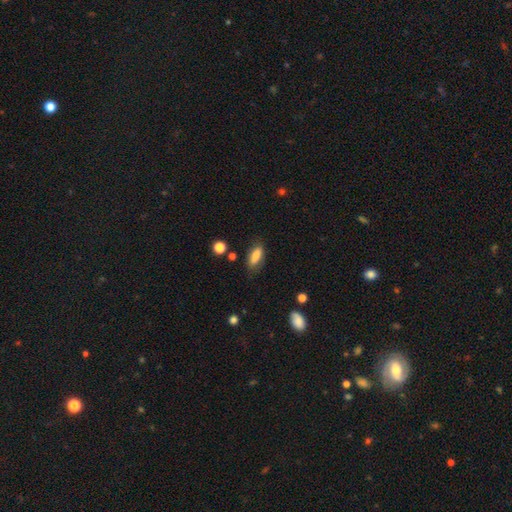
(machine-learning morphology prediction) smooth_or_featured: smooth (p=0.78) [alt: featured or disk p=0.14]
how_rounded: in between (p=0.72) [alt: cigar-shaped p=0.25]
merging: none (p=0.78) [alt: minor disturbance p=0.16]